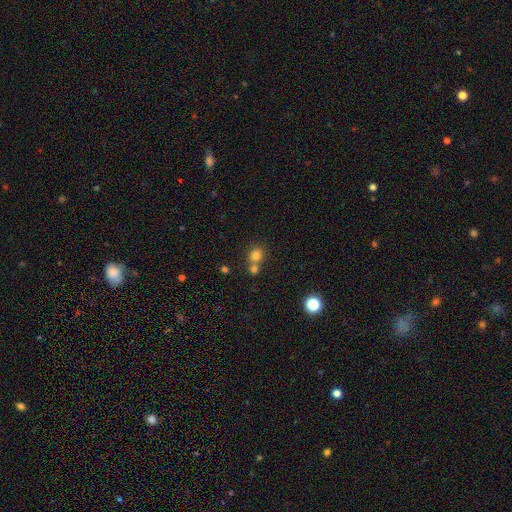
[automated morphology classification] A smooth galaxy with no disk features (78%) that is round (83%). Merging: none (47%).